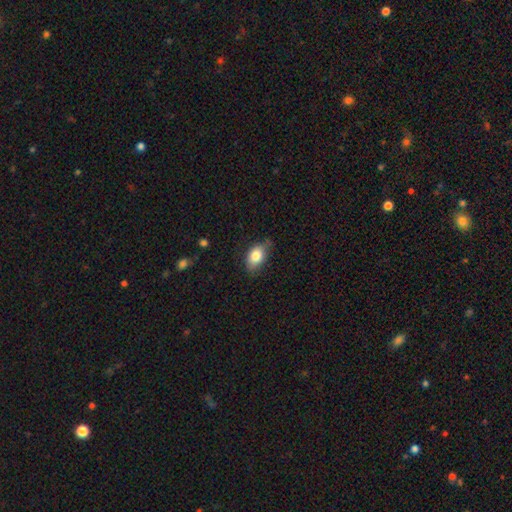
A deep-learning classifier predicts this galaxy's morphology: This appears to be a smooth galaxy with no disk features (82%) that is in between round and cigar-shaped (89%). Merging: none (68%).